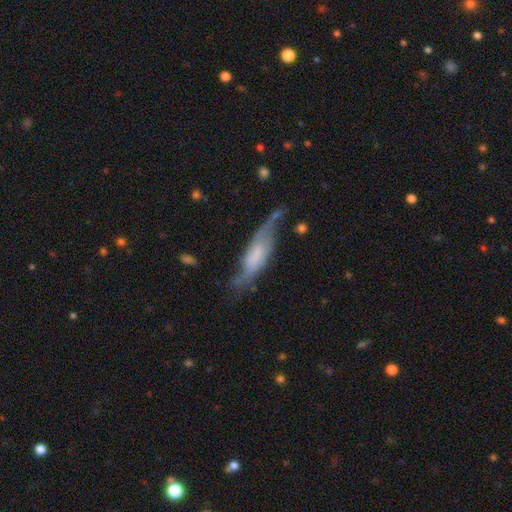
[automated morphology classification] Smooth or featured? featured or disk (59%)
Edge-on disk? no (61%)
Merging? none (44%)